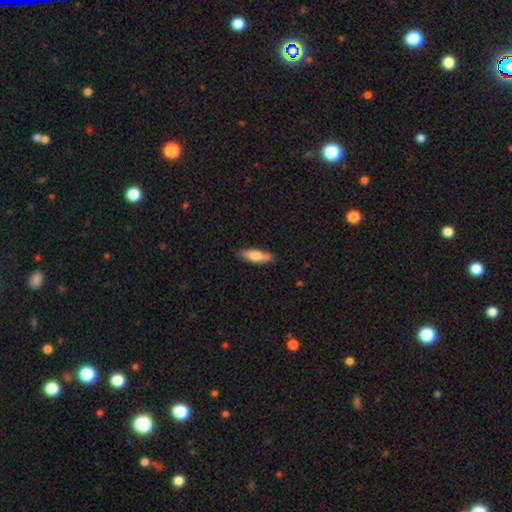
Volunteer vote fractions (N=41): A smooth galaxy with no disk features (66%) that is cigar-shaped (56%). Merging: none (86%).